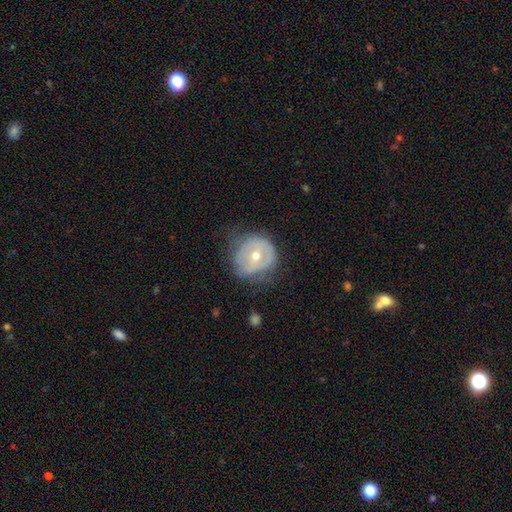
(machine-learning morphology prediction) Overall: featured or disk (55%; smooth 37%). Edge-on disk: no (96%). Bar: no (63%; weak 26%). Spiral arms: no (62%; yes 38%). Bulge size: moderate (59%; small 37%). Merging: none (56%; minor disturbance 30%).